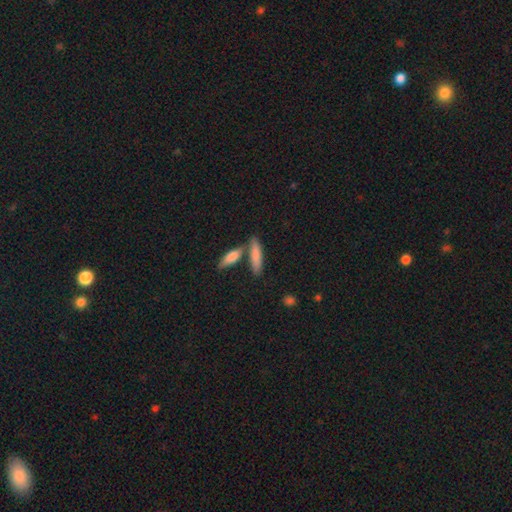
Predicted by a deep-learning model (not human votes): Smooth or featured: smooth — 79% (featured or disk — 15%)
How rounded: cigar-shaped — 69% (in between — 29%)
Merging: none — 62% (merger — 24%)